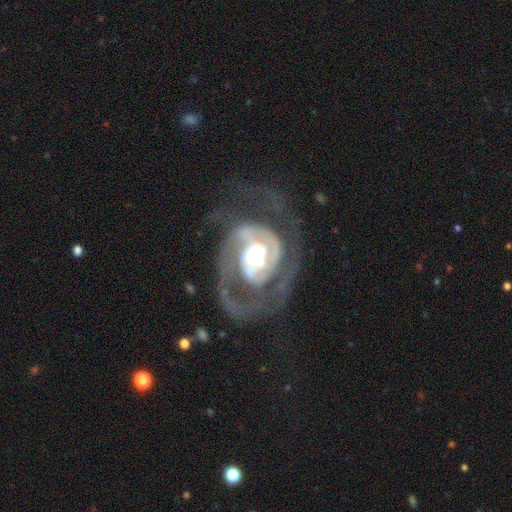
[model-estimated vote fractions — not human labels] Smooth or featured?
  - featured or disk: 88% *
  - smooth: 7%
  - star or artifact: 5%
Edge-on disk?
  - no: 98% *
  - yes: 2%
Bar?
  - no: 51% *
  - weak: 34%
  - strong: 14%
Spiral arms?
  - yes: 93% *
  - no: 7%
Spiral winding?
  - tight: 49% *
  - medium: 38%
  - loose: 12%
Spiral arm count?
  - 2: 45% *
  - 1: 19%
  - can't tell: 17%
  - 3: 12%
  - 4: 4%
  - more than 4: 4%
Bulge size?
  - moderate: 53% *
  - large: 31%
  - small: 11%
  - dominant: 3%
  - none: 2%
Merging?
  - none: 44% *
  - major disturbance: 36%
  - minor disturbance: 17%
  - merger: 3%